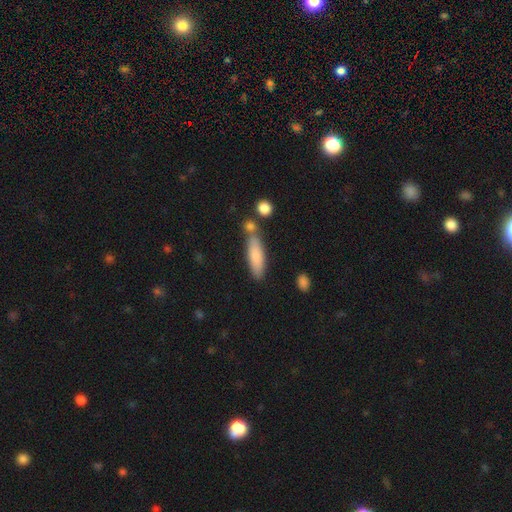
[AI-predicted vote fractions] Smooth or featured: smooth — 81% (featured or disk — 13%)
How rounded: cigar-shaped — 60% (in between — 38%)
Merging: none — 68% (minor disturbance — 14%)